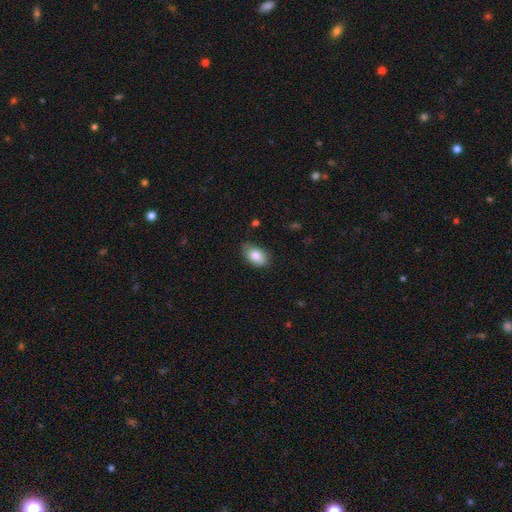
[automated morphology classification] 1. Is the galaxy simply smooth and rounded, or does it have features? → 81% smooth, 12% featured or disk, 7% star or artifact.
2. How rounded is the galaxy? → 87% in between, 12% round, 1% cigar-shaped.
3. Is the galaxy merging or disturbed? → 72% none, 22% minor disturbance, 4% major disturbance, 2% merger.